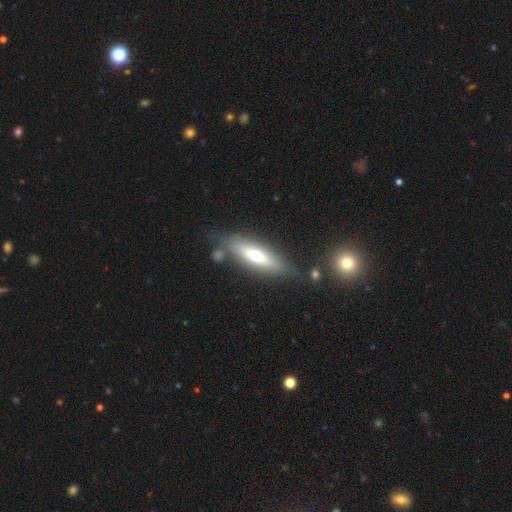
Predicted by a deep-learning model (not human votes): smooth-or-featured: smooth: 51% | featured or disk: 42% | star or artifact: 7%
  how-rounded: cigar-shaped: 60% | in between: 39% | round: 2%
  merging: none: 73% | minor disturbance: 15% | merger: 7% | major disturbance: 5%